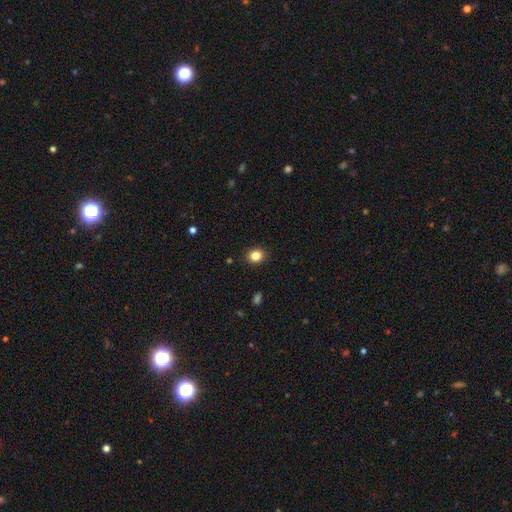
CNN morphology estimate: smooth_or_featured: smooth (p=0.84) [alt: star or artifact p=0.11]
how_rounded: round (p=0.68) [alt: in between p=0.31]
merging: none (p=0.90) [alt: minor disturbance p=0.07]